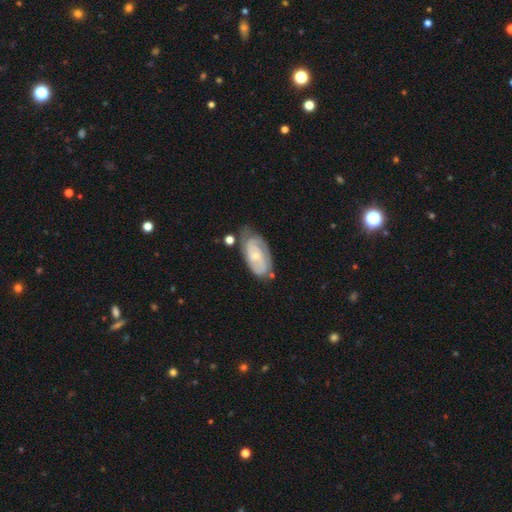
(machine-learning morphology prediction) A featured or disk galaxy (73%) with no bar (66%), 2 (47%) tight (63%) spiral arms (90%) and a small central bulge (66%). Merging: none (57%).